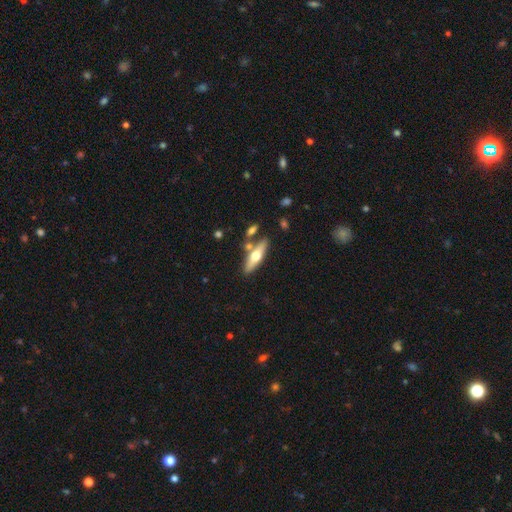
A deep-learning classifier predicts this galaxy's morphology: This is possibly a featured or disk galaxy (52%). It is clearly viewed edge-on (89%). Merging: likely none (74%).